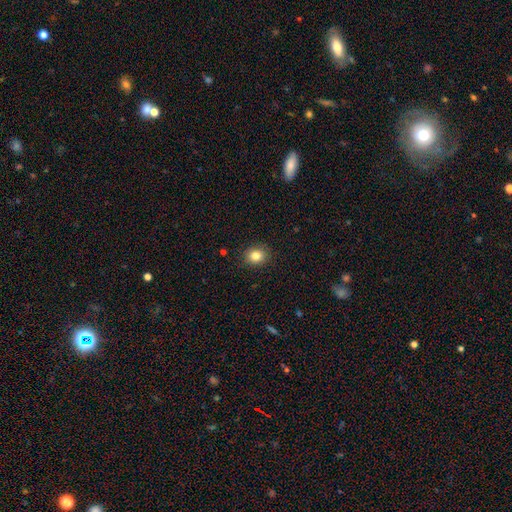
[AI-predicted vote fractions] smooth_or_featured: smooth (p=0.83) [alt: star or artifact p=0.10]
how_rounded: round (p=0.66) [alt: in between p=0.33]
merging: none (p=0.89) [alt: minor disturbance p=0.08]